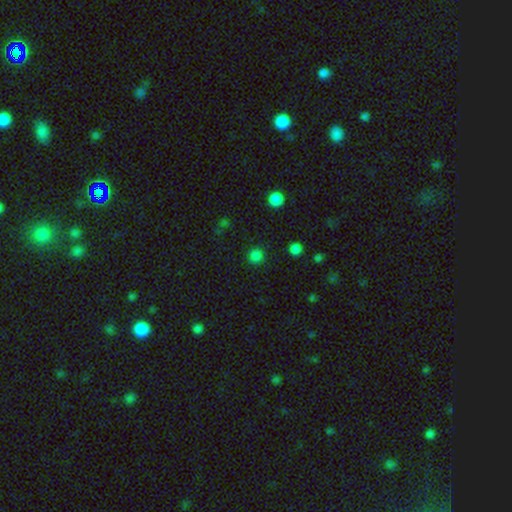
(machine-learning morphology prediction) smooth-or-featured: smooth: 82% | star or artifact: 15% | featured or disk: 3%
  how-rounded: round: 94% | in between: 5% | cigar-shaped: 1%
  merging: none: 90% | minor disturbance: 6% | major disturbance: 2% | merger: 1%